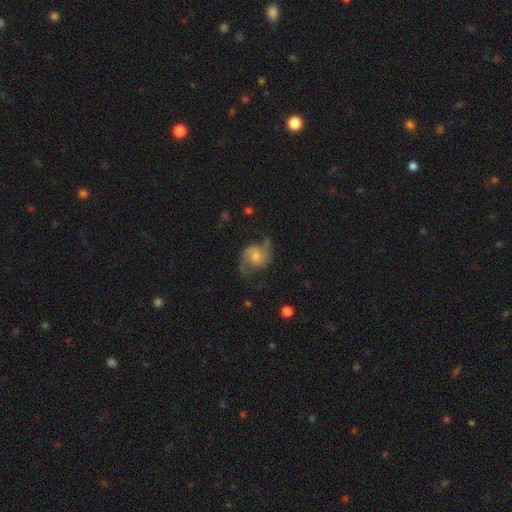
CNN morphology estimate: Smooth or featured: featured or disk — 84% (smooth — 10%)
Edge-on disk: no — 98% (yes — 2%)
Bar: no — 69% (weak — 27%)
Spiral arms: yes — 96% (no — 4%)
Spiral winding: medium — 45% (loose — 43%)
Spiral arm count: 2 — 91% (can't tell — 3%)
Bulge size: small — 47% (moderate — 41%)
Merging: none — 69% (minor disturbance — 19%)